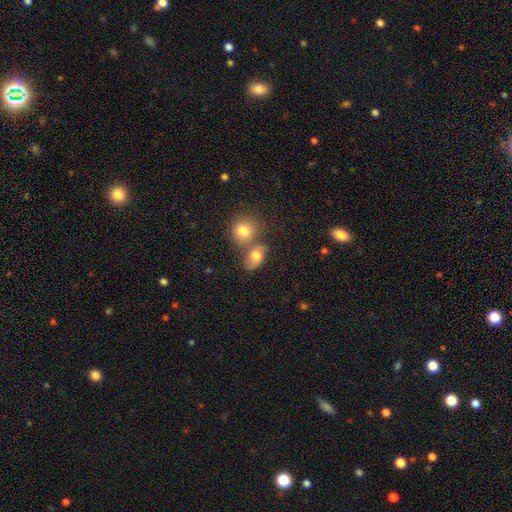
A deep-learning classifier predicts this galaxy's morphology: Overall: smooth (75%). How rounded: in between (64%; round 34%). Merging: merger (44%; none 38%).